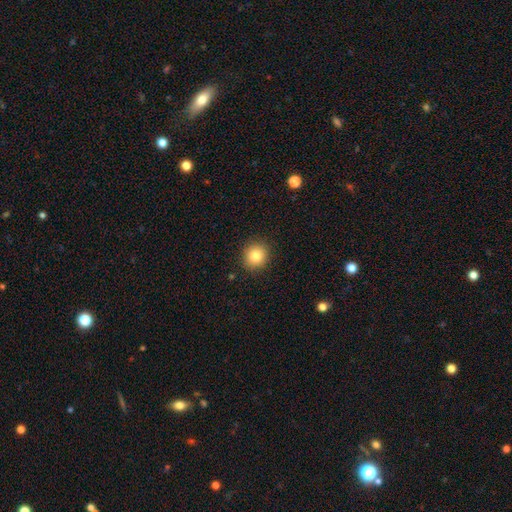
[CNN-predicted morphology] Overall: smooth (82%). How rounded: round (87%). Merging: none (90%).